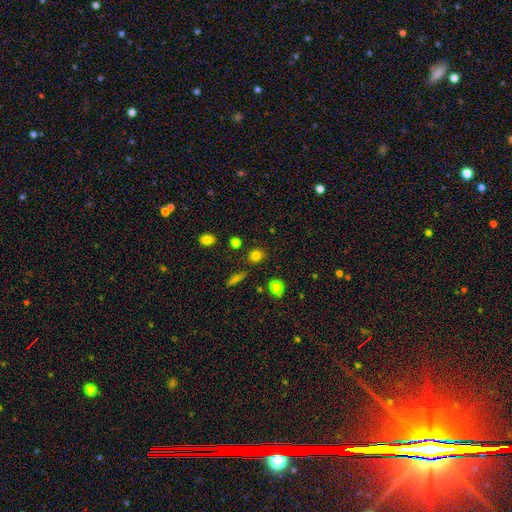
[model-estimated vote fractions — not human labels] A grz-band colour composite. It shows a smooth galaxy with no disk features (81%) that is round (81%). Merging: none (85%).